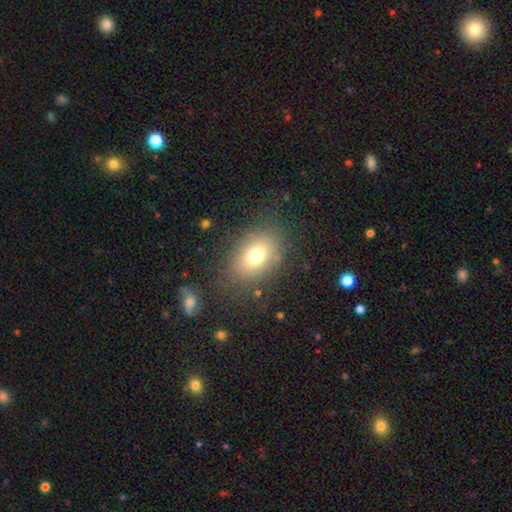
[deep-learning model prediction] Q: Smooth or featured?
A: smooth (72%); runner-up: featured or disk (15%)
Q: How rounded?
A: in between (74%); runner-up: round (25%)
Q: Merging?
A: none (78%); runner-up: minor disturbance (13%)